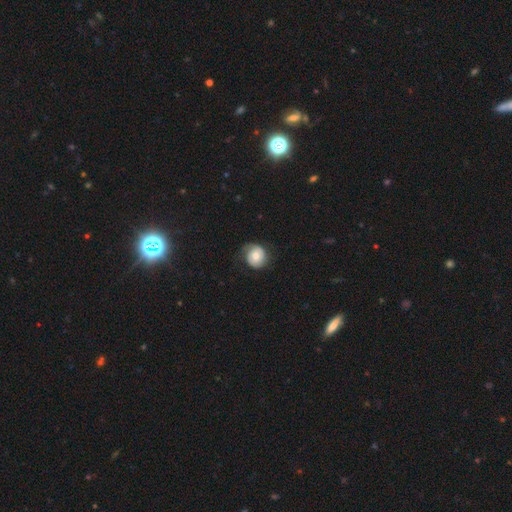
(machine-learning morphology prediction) Smooth or featured: smooth — 53% (featured or disk — 39%)
How rounded: round — 80% (in between — 19%)
Merging: none — 63% (minor disturbance — 24%)